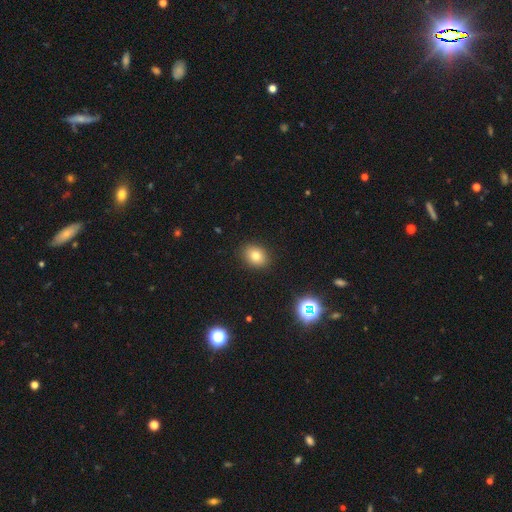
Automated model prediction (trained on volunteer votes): Smooth or featured: smooth — 77% (star or artifact — 14%)
How rounded: in between — 53% (round — 46%)
Merging: none — 89% (minor disturbance — 7%)